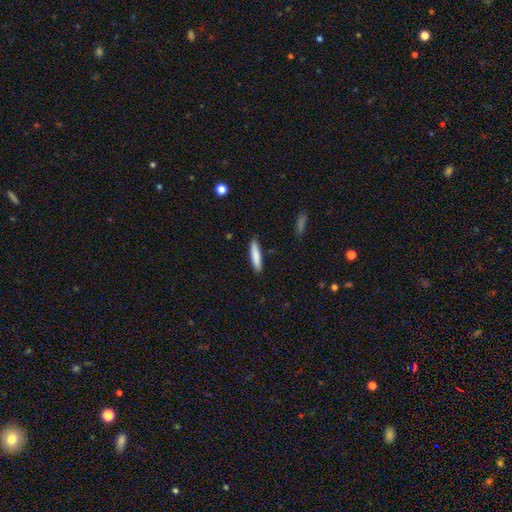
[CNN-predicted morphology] A smooth galaxy with no disk features (83%) that is cigar-shaped (84%).

Vote fractions:
- Smooth or featured? smooth: 83% / featured or disk: 11% / star or artifact: 6%
- How rounded? cigar-shaped: 84% / in between: 15% / round: 1%
- Merging? none: 89% / minor disturbance: 8% / major disturbance: 2% / merger: 1%